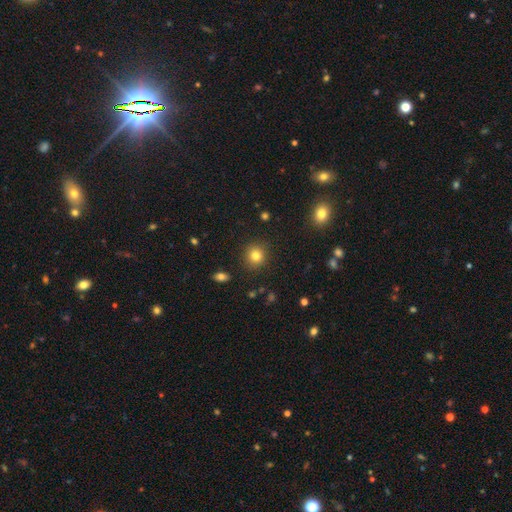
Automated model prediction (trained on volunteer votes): Smooth or featured: smooth — 81% (star or artifact — 12%)
How rounded: round — 88% (in between — 11%)
Merging: none — 90% (minor disturbance — 7%)